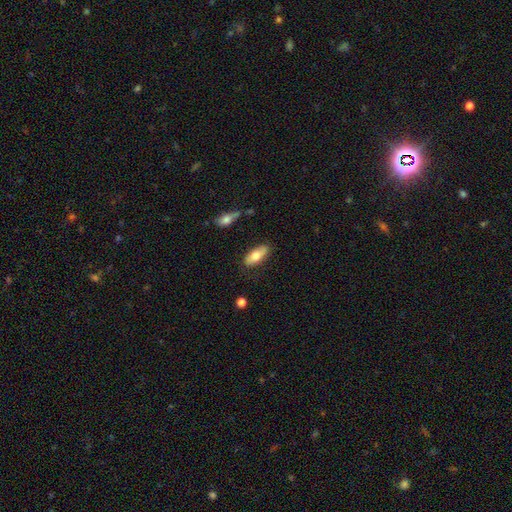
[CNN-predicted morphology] A smooth galaxy with no disk features (72%) that is in between round and cigar-shaped (83%).

Vote fractions:
- Smooth or featured? smooth: 72% / featured or disk: 22% / star or artifact: 6%
- How rounded? in between: 83% / cigar-shaped: 15% / round: 2%
- Merging? none: 79% / minor disturbance: 15% / major disturbance: 3% / merger: 3%